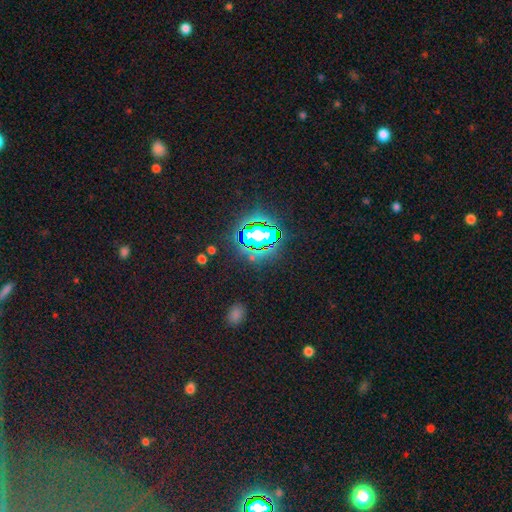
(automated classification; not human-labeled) smooth-or-featured: star or artifact: 72% | smooth: 20% | featured or disk: 8%